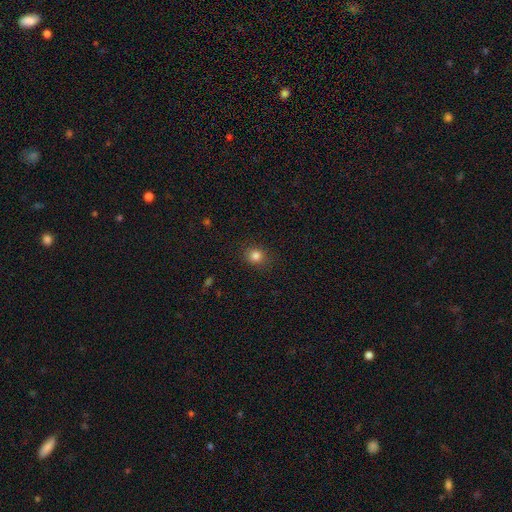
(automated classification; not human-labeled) Smooth or featured? Predicted: smooth (p=0.83). How rounded? Predicted: round (p=0.81). Merging? Predicted: none (p=0.87).